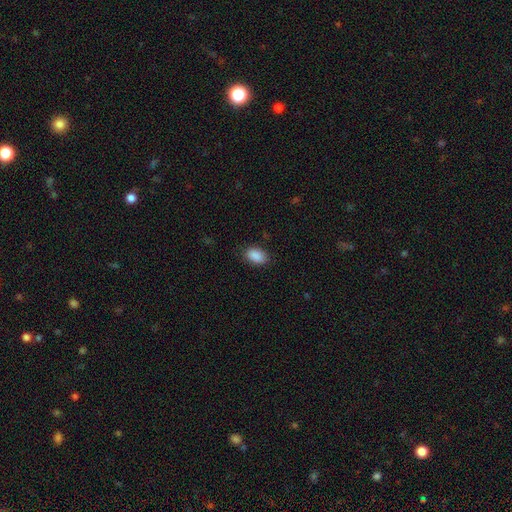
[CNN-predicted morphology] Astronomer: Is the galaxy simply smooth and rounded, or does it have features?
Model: smooth — 89%.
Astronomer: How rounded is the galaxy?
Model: in between — 90%.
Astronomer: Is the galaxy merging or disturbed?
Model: none — 84%.